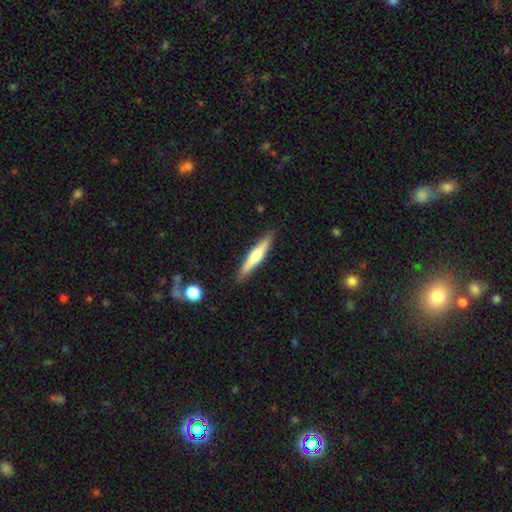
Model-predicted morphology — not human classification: Overall: smooth (55%; featured or disk 39%). How rounded: cigar-shaped (90%). Merging: none (89%).